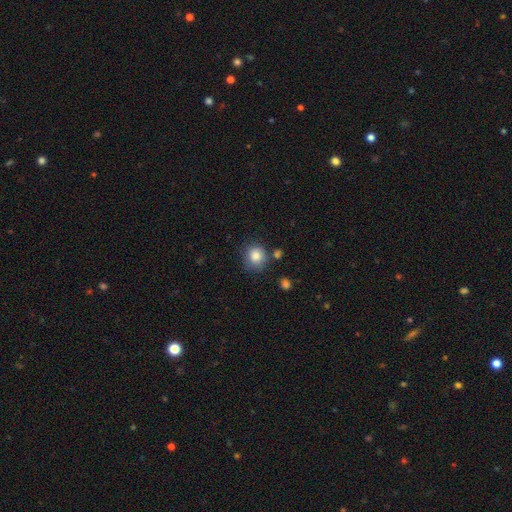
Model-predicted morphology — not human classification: smooth 85%, star or artifact 9%, featured or disk 6%. Down the decision tree: how rounded — round (81%); merging — none (74%).